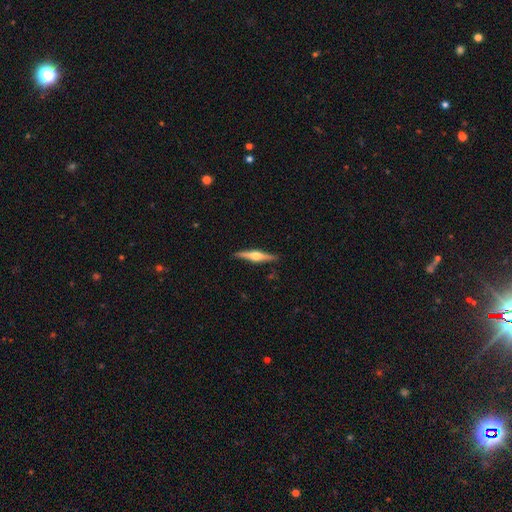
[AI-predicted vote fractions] Morphology: type=featured or disk (75%); edge-on=yes (98%); edge-on bulge=rounded (94%); merging=none (90%).